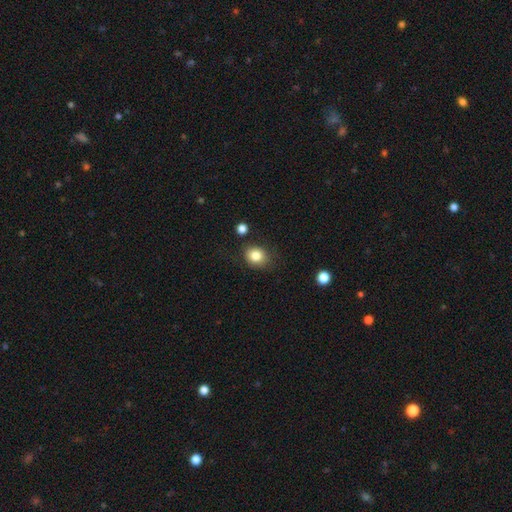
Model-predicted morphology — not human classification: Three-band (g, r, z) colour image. It shows a smooth galaxy with no disk features (83%) that is round (62%). Merging: none (77%).